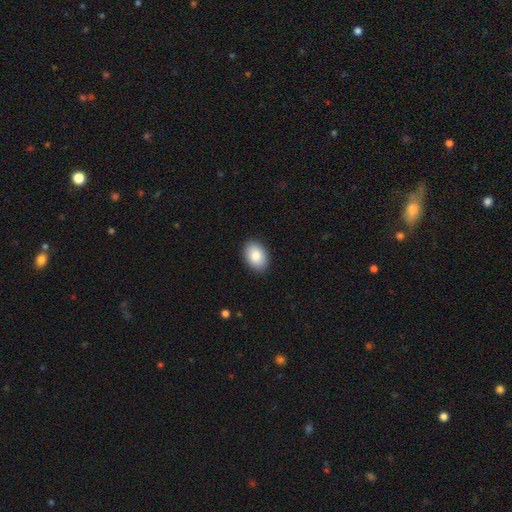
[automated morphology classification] type=smooth (87%); roundness=in between (85%); merging=none (90%).